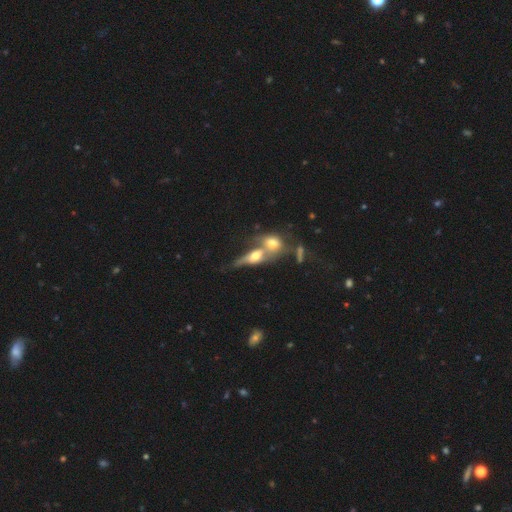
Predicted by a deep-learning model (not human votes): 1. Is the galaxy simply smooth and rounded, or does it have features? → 47% featured or disk, 43% smooth, 10% star or artifact.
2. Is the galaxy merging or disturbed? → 68% merger, 18% none, 7% minor disturbance, 7% major disturbance.